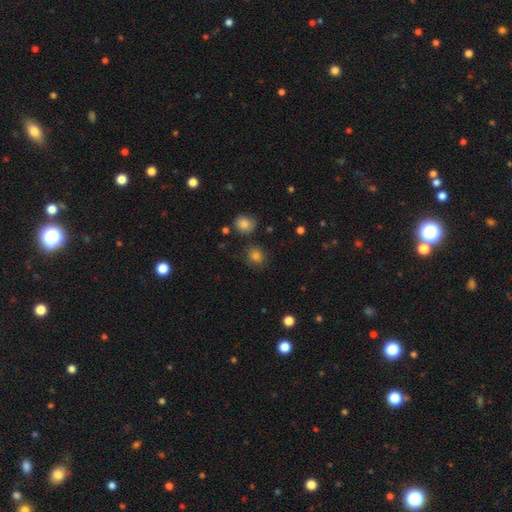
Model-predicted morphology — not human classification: Q: Smooth or featured?
A: smooth (79%); runner-up: star or artifact (15%)
Q: How rounded?
A: round (77%); runner-up: in between (22%)
Q: Merging?
A: none (79%); runner-up: minor disturbance (13%)